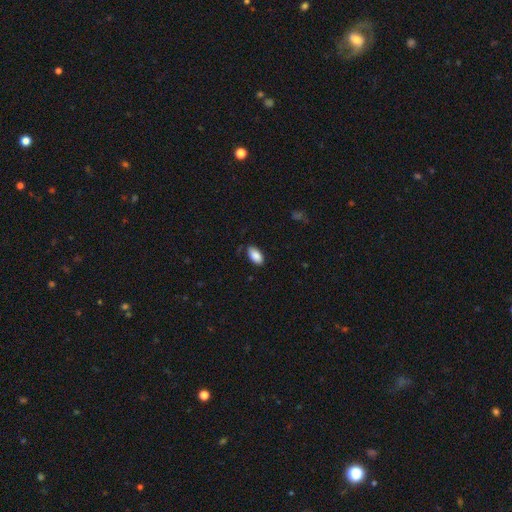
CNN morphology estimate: type=smooth (88%); roundness=in between (95%); merging=none (78%).